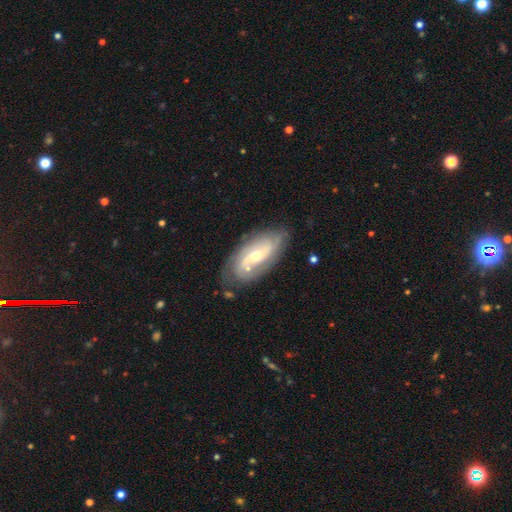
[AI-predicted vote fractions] Smooth or featured: featured or disk — 80% (smooth — 14%)
Edge-on disk: no — 92% (yes — 8%)
Bar: no — 44% (weak — 38%)
Spiral arms: yes — 91% (no — 9%)
Spiral winding: medium — 39% (tied with tight — 39%)
Spiral arm count: 2 — 59% (can't tell — 22%)
Bulge size: moderate — 56% (small — 40%)
Merging: none — 75% (minor disturbance — 17%)